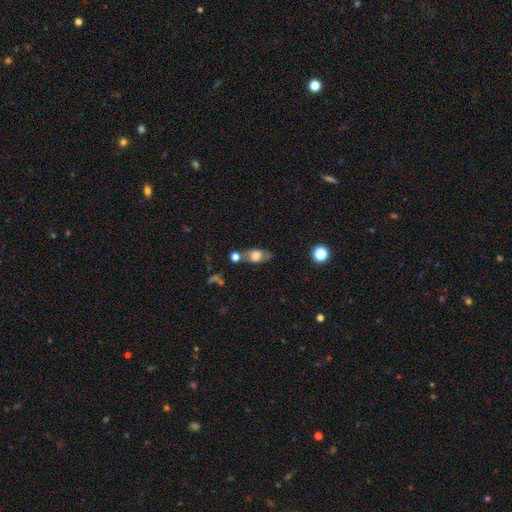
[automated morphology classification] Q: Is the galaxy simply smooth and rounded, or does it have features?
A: smooth — 62%.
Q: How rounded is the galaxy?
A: in between — 81%.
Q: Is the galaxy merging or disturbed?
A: none — 56%.